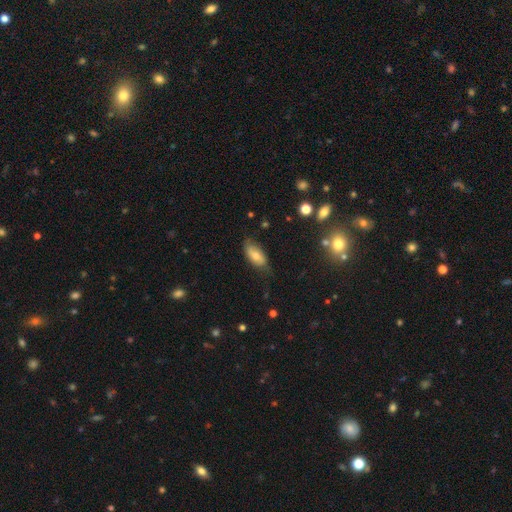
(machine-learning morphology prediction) Smooth or featured: smooth — 68% (featured or disk — 24%)
How rounded: in between — 89% (cigar-shaped — 8%)
Merging: none — 65% (minor disturbance — 27%)